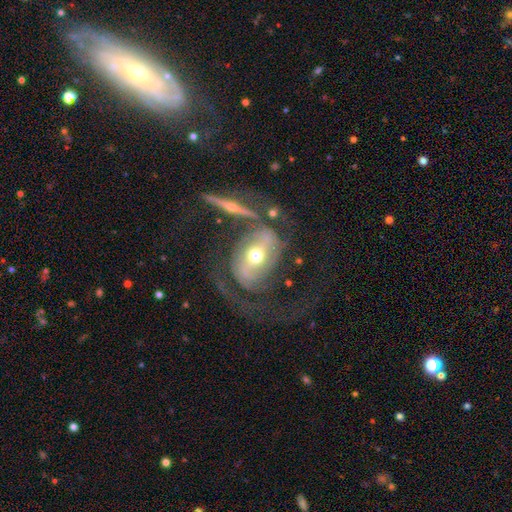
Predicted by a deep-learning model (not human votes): Smooth or featured: featured or disk — 81% (smooth — 12%)
Edge-on disk: no — 92% (yes — 8%)
Bar: strong — 38% (weak — 32%)
Spiral arms: yes — 89% (no — 11%)
Spiral winding: medium — 43% (loose — 31%)
Spiral arm count: 2 — 79% (can't tell — 9%)
Bulge size: moderate — 72% (small — 19%)
Merging: none — 47% (major disturbance — 22%)